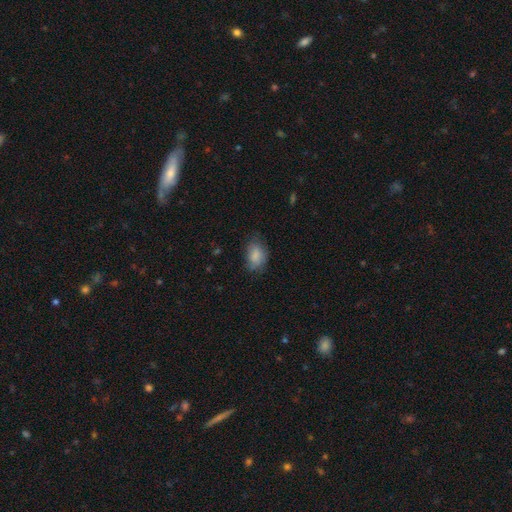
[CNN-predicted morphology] The model was most divided on "merging": none: 66%, minor disturbance: 25%, major disturbance: 8%, merger: 1%. More confident: how rounded — in between (86%); smooth or featured — smooth (84%).